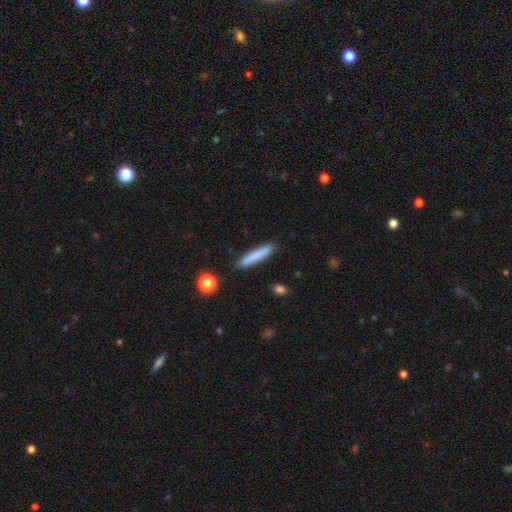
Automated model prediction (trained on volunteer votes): smooth-or-featured: smooth: 81% | featured or disk: 13% | star or artifact: 7%
  how-rounded: cigar-shaped: 93% | in between: 6% | round: 1%
  merging: none: 89% | minor disturbance: 7% | major disturbance: 2% | merger: 1%